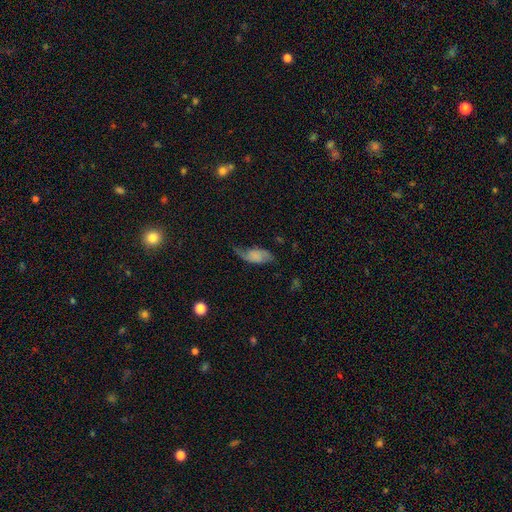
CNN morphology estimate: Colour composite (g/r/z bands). It shows a featured or disk galaxy (51%). Merging: none (45%).